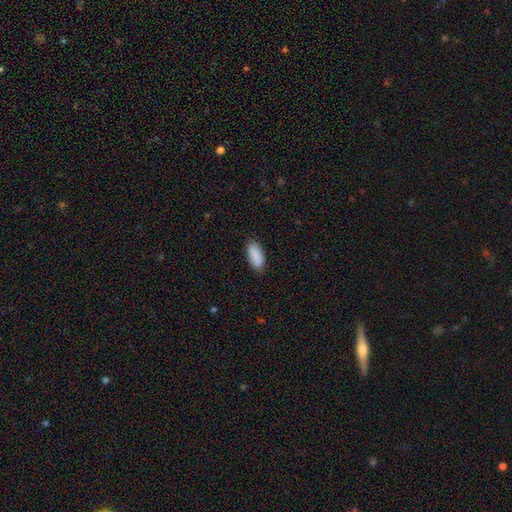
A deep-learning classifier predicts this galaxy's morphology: The model was most divided on "merging": none: 81%, minor disturbance: 15%, major disturbance: 3%, merger: 1%. More confident: how rounded — in between (89%); smooth or featured — smooth (87%).